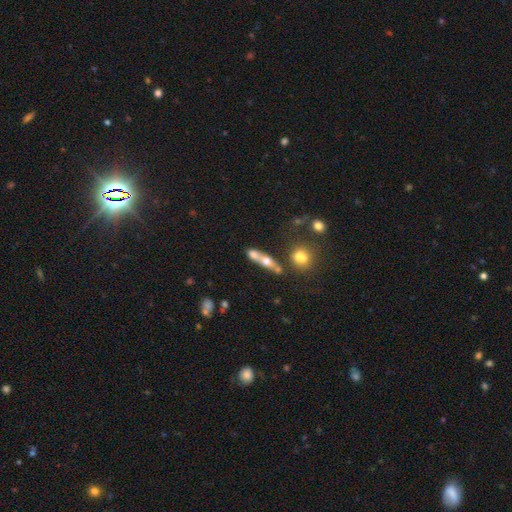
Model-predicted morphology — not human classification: type=smooth (49%); merging=merger (45%).